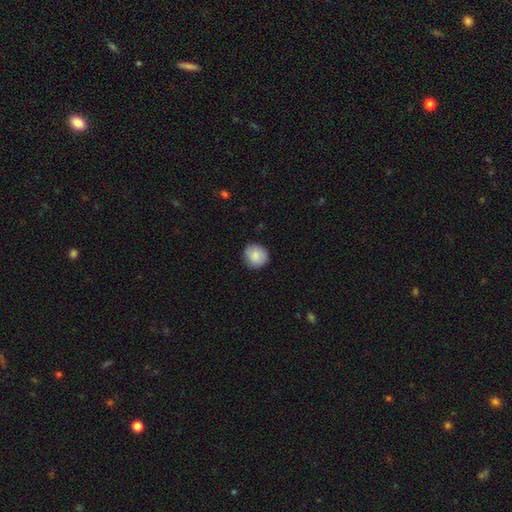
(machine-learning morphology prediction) smooth 87%, star or artifact 7%, featured or disk 6%. Down the decision tree: how rounded — round (88%); merging — none (86%).